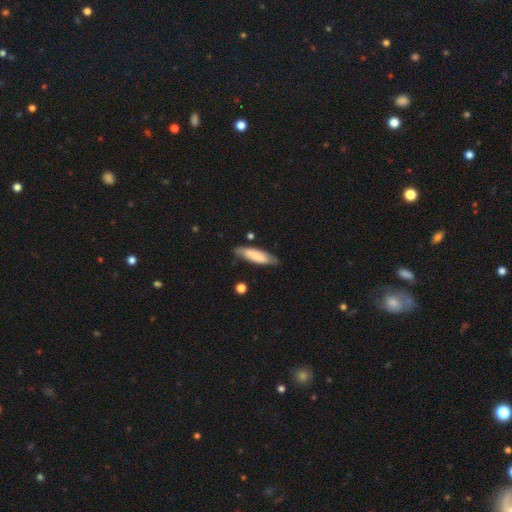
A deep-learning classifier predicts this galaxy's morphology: A smooth galaxy with no disk features (78%) that is cigar-shaped (62%).

Vote fractions:
- Smooth or featured? smooth: 78% / featured or disk: 17% / star or artifact: 6%
- How rounded? cigar-shaped: 62% / in between: 37% / round: 1%
- Merging? none: 77% / minor disturbance: 18% / major disturbance: 3% / merger: 2%